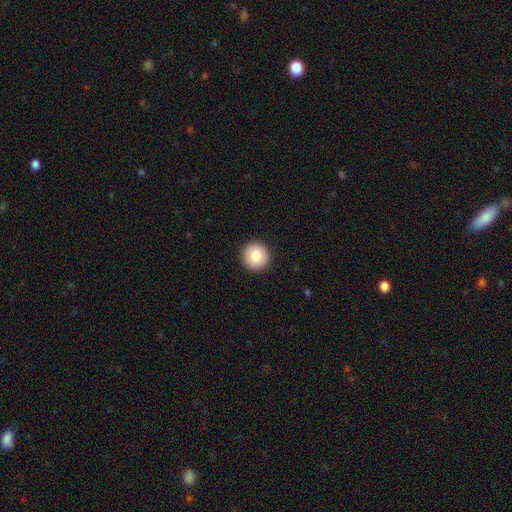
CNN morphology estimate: Smooth or featured? smooth (82%)
How rounded? round (96%)
Merging? none (93%)